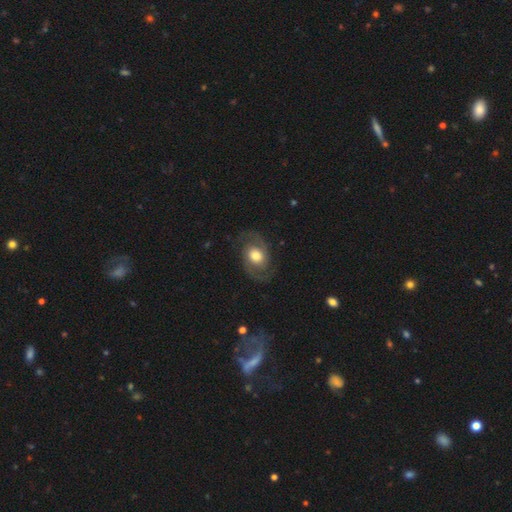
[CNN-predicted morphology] A featured or disk galaxy (79%) with no bar (69%), 2 (93%) medium (53%) spiral arms (92%) and a moderate central bulge (58%). Merging: none (80%).